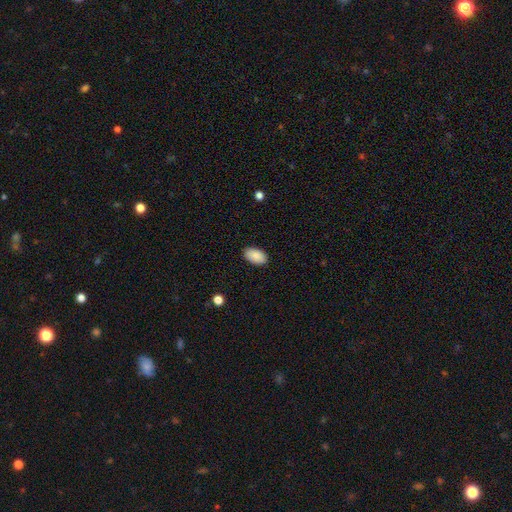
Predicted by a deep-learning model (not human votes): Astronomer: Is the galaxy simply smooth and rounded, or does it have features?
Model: smooth — 89%.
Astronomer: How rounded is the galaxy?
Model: in between — 95%.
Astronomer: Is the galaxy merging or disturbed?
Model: none — 88%.